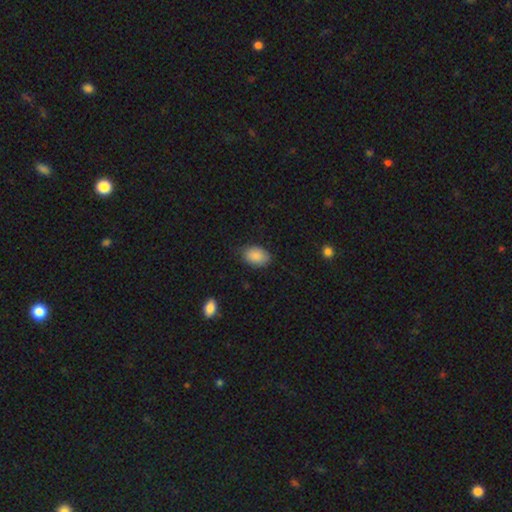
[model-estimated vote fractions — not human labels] Smooth or featured? Predicted: smooth (p=0.88). How rounded? Predicted: in between (p=0.88). Merging? Predicted: none (p=0.79).